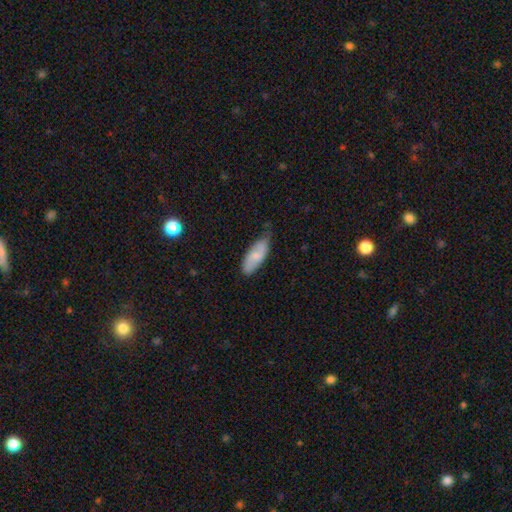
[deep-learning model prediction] smooth 71%, featured or disk 23%, star or artifact 6%. Down the decision tree: how rounded — in between (75%); merging — none (56%).